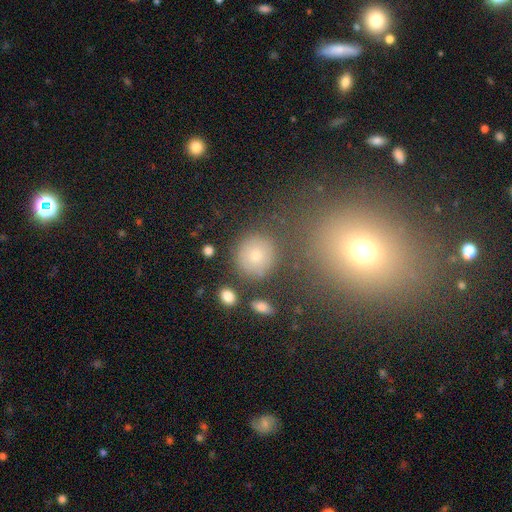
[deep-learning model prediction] Smooth or featured? Predicted: smooth (p=0.73). How rounded? Predicted: round (p=0.86). Merging? Predicted: none (p=0.80).